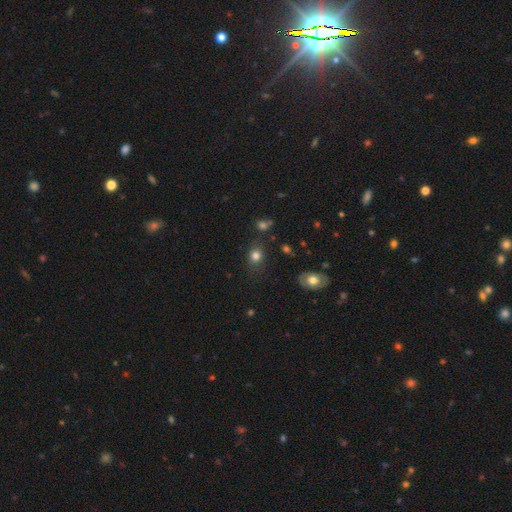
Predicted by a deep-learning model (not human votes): Smooth or featured?
  - smooth: 80% *
  - star or artifact: 13%
  - featured or disk: 8%
How rounded?
  - round: 56% *
  - in between: 42%
  - cigar-shaped: 1%
Merging?
  - none: 76% *
  - minor disturbance: 15%
  - major disturbance: 5%
  - merger: 4%